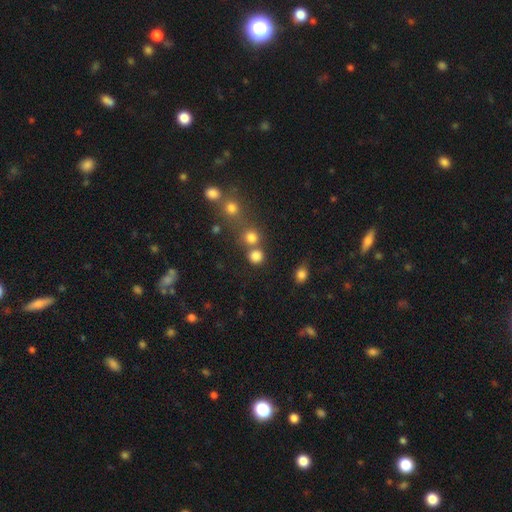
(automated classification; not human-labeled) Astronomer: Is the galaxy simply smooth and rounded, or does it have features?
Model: smooth — 80%.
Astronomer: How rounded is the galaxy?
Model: round — 89%.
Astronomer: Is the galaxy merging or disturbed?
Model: none — 67%.